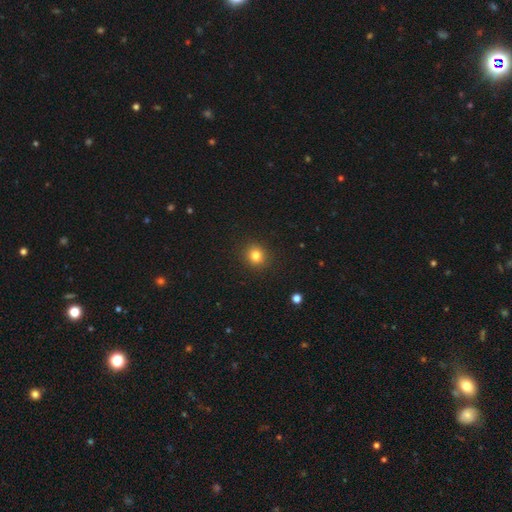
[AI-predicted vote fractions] The model was most divided on "how rounded": round: 84%, in between: 15%, cigar-shaped: 1%. More confident: merging — none (91%); smooth or featured — smooth (82%).